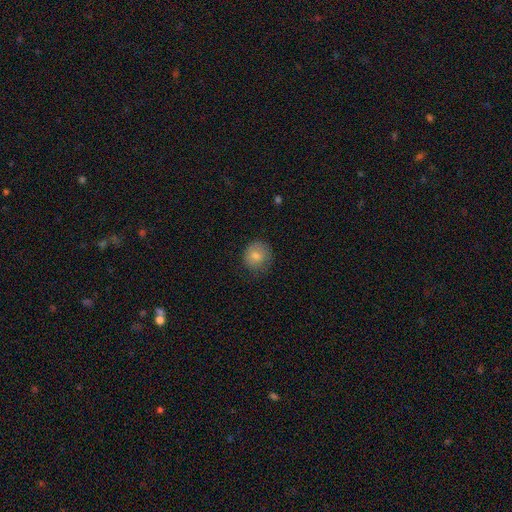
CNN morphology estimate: The model was most divided on "merging": none: 70%, minor disturbance: 22%, major disturbance: 7%, merger: 1%. More confident: how rounded — round (87%); smooth or featured — smooth (78%).